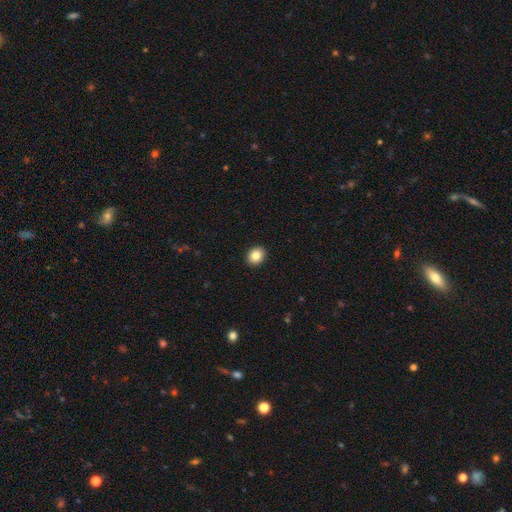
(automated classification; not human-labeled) Q: Smooth or featured?
A: smooth (84%); runner-up: star or artifact (9%)
Q: How rounded?
A: round (58%); runner-up: in between (41%)
Q: Merging?
A: none (92%); runner-up: minor disturbance (5%)